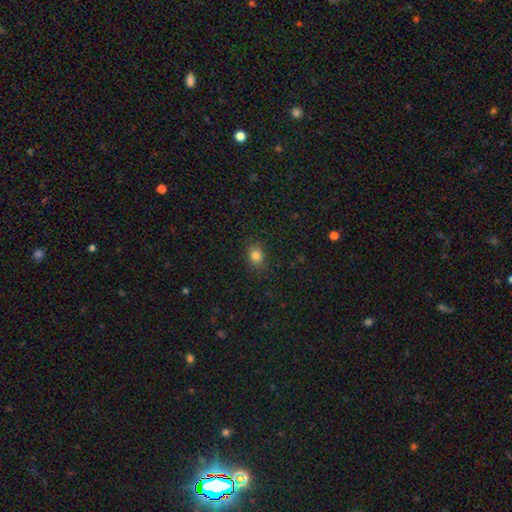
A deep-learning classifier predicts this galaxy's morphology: The model was most divided on "how rounded": round: 50%, in between: 49%, cigar-shaped: 1%. More confident: merging — none (86%); smooth or featured — smooth (82%).